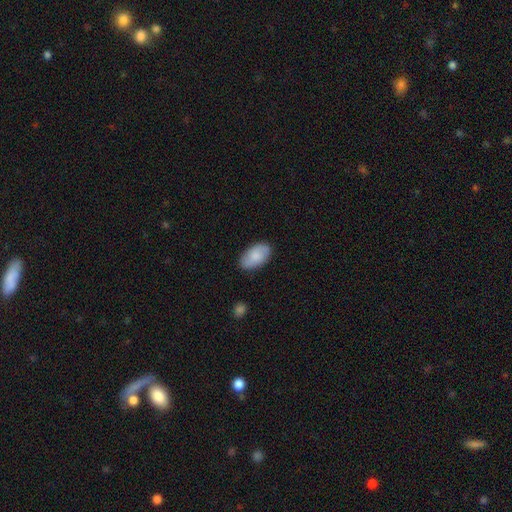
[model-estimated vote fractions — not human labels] Overall: smooth (78%). How rounded: in between (95%). Merging: none (84%).